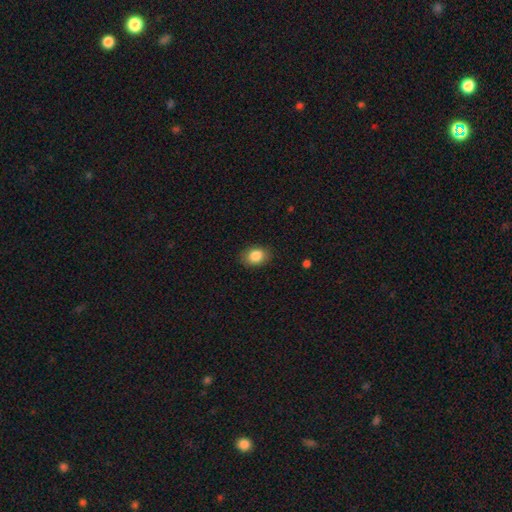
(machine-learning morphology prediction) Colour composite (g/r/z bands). It shows a smooth galaxy with no disk features (86%) that is in between round and cigar-shaped (67%). Merging: none (84%).